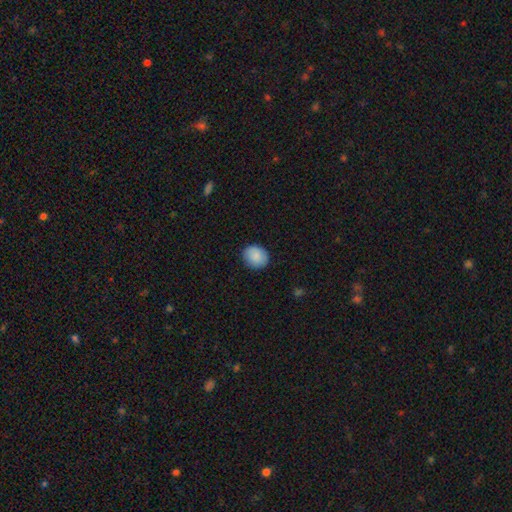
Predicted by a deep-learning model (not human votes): Overall: smooth (88%). How rounded: round (61%; in between 38%). Merging: none (87%).